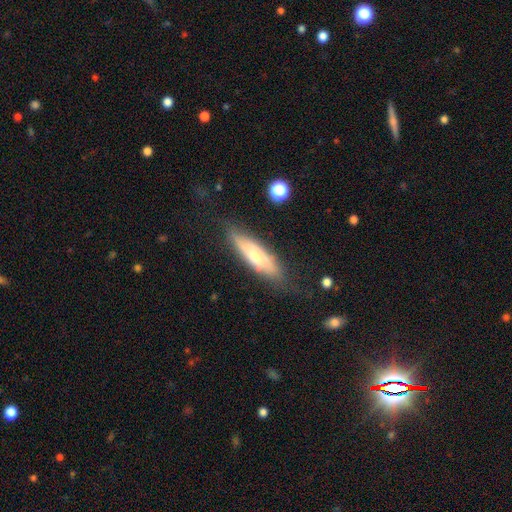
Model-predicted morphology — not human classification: Smooth or featured? Predicted: smooth (p=0.55). How rounded? Predicted: cigar-shaped (p=0.64). Merging? Predicted: none (p=0.71).